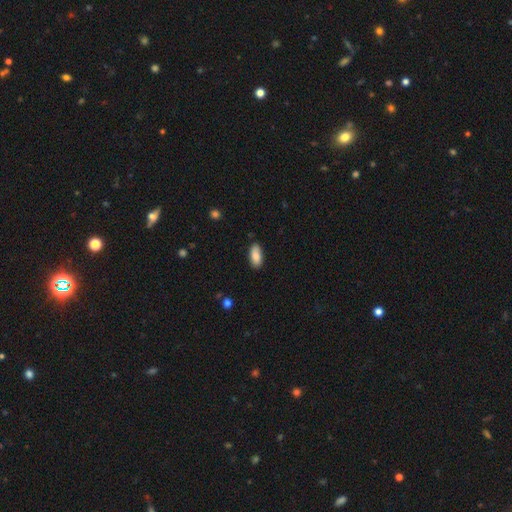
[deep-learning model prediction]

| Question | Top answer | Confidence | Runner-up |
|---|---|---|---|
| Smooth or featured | smooth | 87% | featured or disk (7%) |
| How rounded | in between | 91% | cigar-shaped (7%) |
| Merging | none | 86% | minor disturbance (11%) |